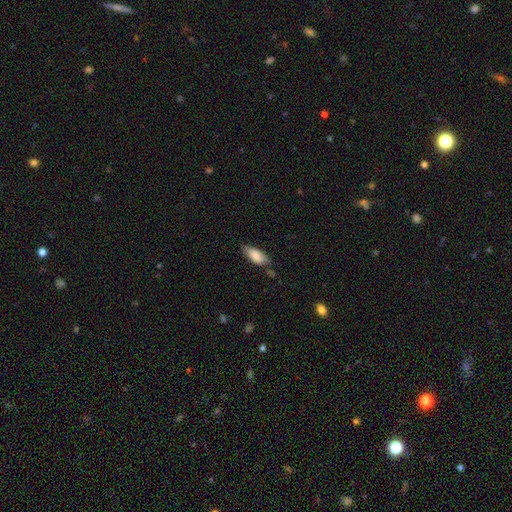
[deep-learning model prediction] A smooth galaxy with no disk features (81%) that is in between round and cigar-shaped (81%).

Vote fractions:
- Smooth or featured? smooth: 81% / featured or disk: 12% / star or artifact: 6%
- How rounded? in between: 81% / cigar-shaped: 17% / round: 2%
- Merging? none: 61% / minor disturbance: 29% / major disturbance: 6% / merger: 4%